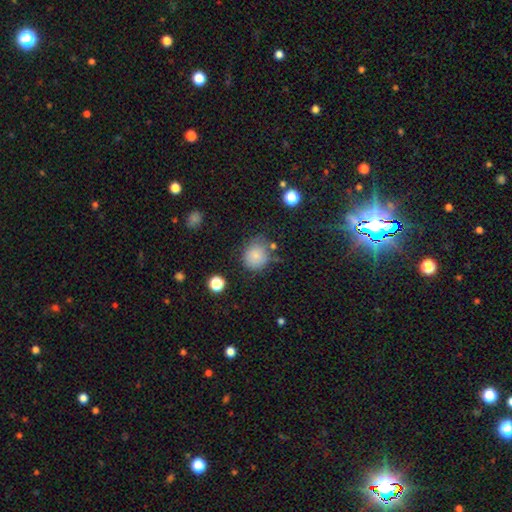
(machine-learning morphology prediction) The model was most divided on "merging": none: 67%, minor disturbance: 20%, major disturbance: 7%, merger: 6%. More confident: smooth or featured — smooth (81%); how rounded — round (74%).